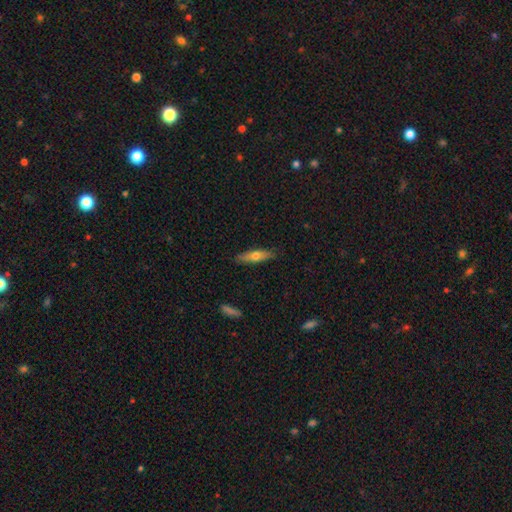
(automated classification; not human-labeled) Q: Smooth or featured?
A: smooth (57%); runner-up: featured or disk (37%)
Q: How rounded?
A: cigar-shaped (67%); runner-up: in between (31%)
Q: Merging?
A: none (87%); runner-up: minor disturbance (10%)